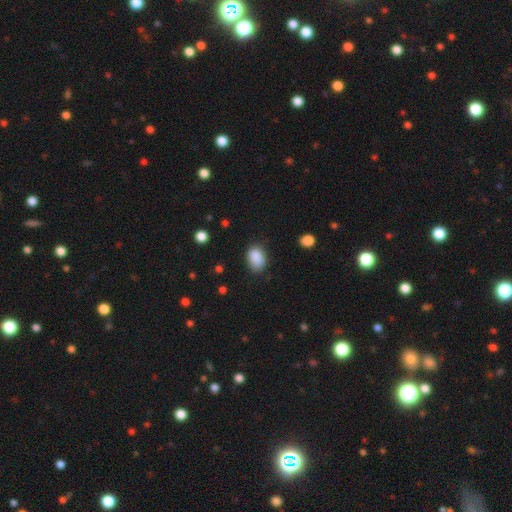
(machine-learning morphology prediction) Overall: smooth (88%). How rounded: in between (77%). Merging: none (77%).